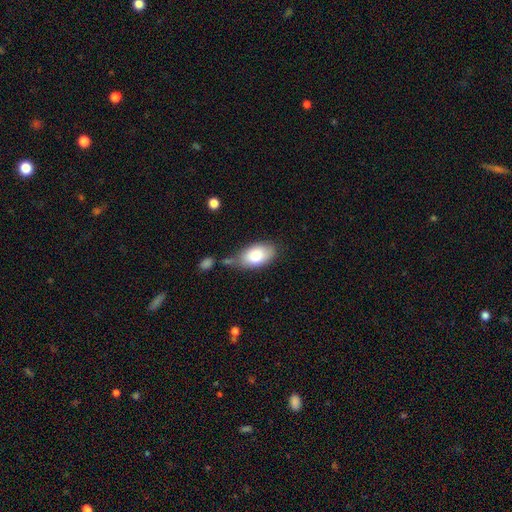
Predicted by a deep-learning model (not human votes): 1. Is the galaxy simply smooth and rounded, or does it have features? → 82% smooth, 12% featured or disk, 6% star or artifact.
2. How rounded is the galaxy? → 93% in between, 5% round, 2% cigar-shaped.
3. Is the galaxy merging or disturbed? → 55% none, 25% minor disturbance, 12% merger, 8% major disturbance.